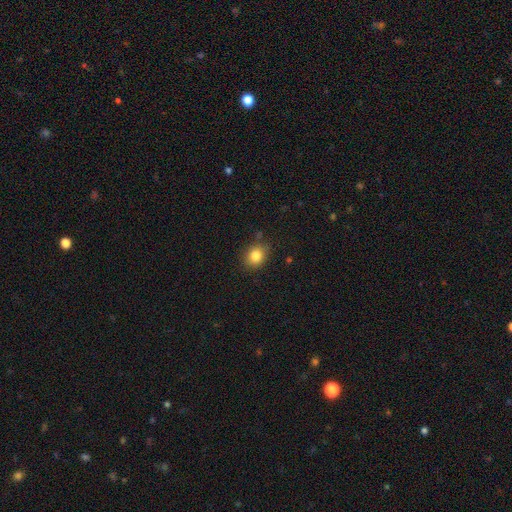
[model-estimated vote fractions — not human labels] This appears to be a smooth galaxy with no disk features (84%) that is round (64%). Merging: none (82%).